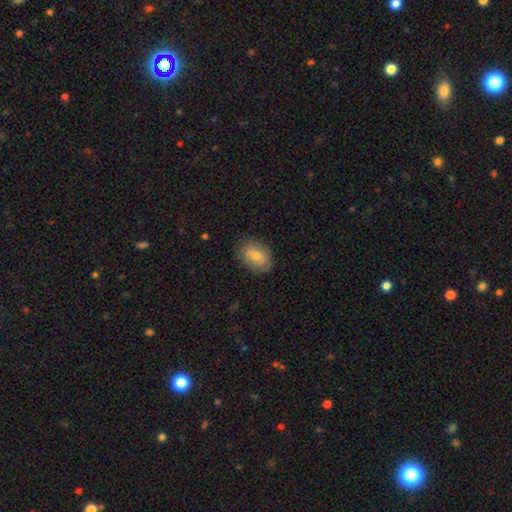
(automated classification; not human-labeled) Q: Smooth or featured?
A: smooth (72%); runner-up: featured or disk (20%)
Q: How rounded?
A: in between (78%); runner-up: round (20%)
Q: Merging?
A: none (83%); runner-up: minor disturbance (13%)